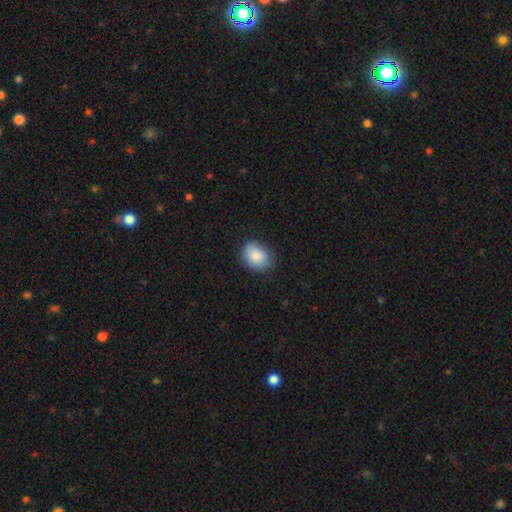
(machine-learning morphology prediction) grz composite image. It shows a smooth galaxy with no disk features (87%) that is in between round and cigar-shaped (65%). Merging: none (80%).